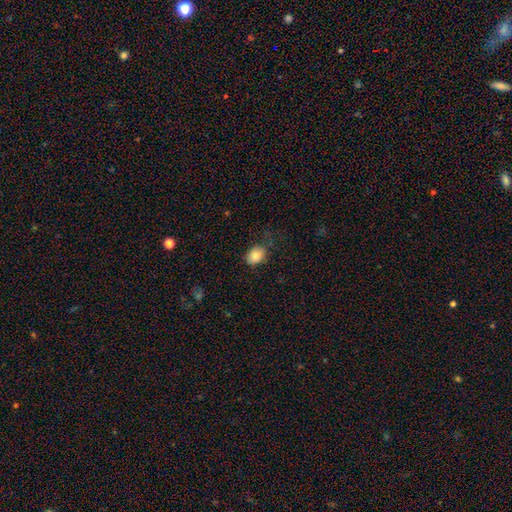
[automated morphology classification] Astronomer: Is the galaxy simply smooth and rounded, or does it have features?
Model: smooth — 82%.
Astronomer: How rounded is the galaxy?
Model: in between — 67%.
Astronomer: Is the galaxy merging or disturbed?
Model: none — 72%.